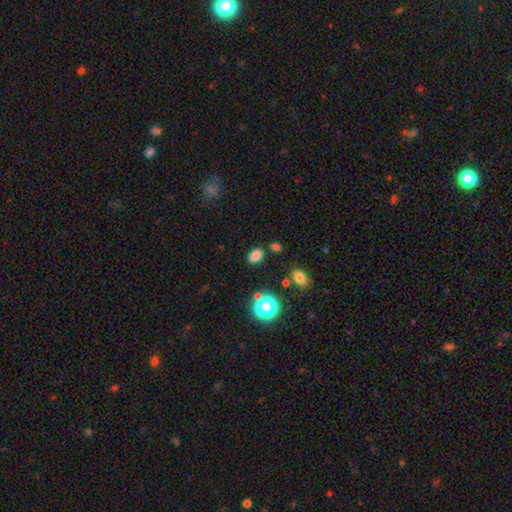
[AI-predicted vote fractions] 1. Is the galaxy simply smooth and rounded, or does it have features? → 79% smooth, 16% star or artifact, 5% featured or disk.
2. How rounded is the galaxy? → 80% in between, 18% round, 1% cigar-shaped.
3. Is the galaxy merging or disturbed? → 82% none, 10% minor disturbance, 4% merger, 3% major disturbance.